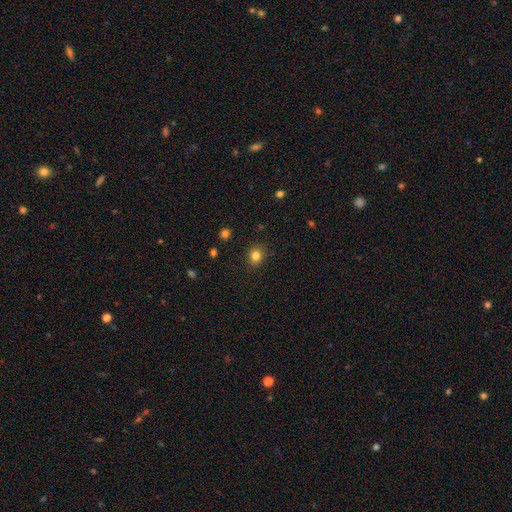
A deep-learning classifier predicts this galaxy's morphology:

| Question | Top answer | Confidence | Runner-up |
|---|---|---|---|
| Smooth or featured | smooth | 83% | star or artifact (12%) |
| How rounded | round | 71% | in between (28%) |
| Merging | none | 88% | minor disturbance (8%) |